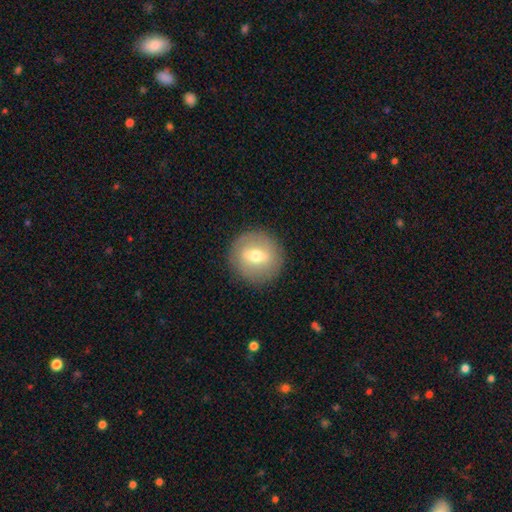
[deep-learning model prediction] Smooth or featured?
  - smooth: 47% *
  - featured or disk: 45%
  - star or artifact: 8%
Merging?
  - none: 88% *
  - minor disturbance: 8%
  - major disturbance: 3%
  - merger: 1%